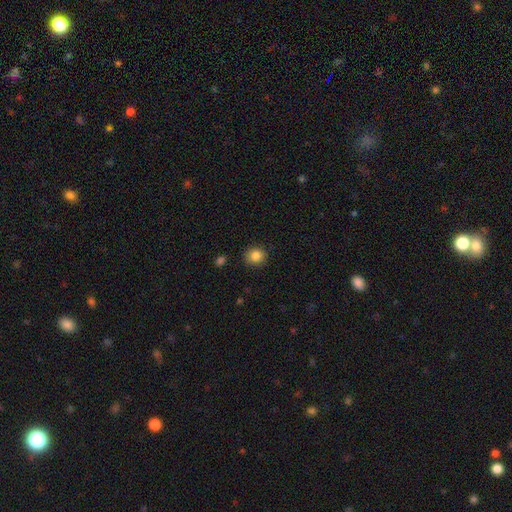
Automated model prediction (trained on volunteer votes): A smooth galaxy with no disk features (85%) that is round (83%).

Vote fractions:
- Smooth or featured? smooth: 85% / star or artifact: 10% / featured or disk: 5%
- How rounded? round: 83% / in between: 16% / cigar-shaped: 1%
- Merging? none: 88% / minor disturbance: 9% / major disturbance: 2% / merger: 1%